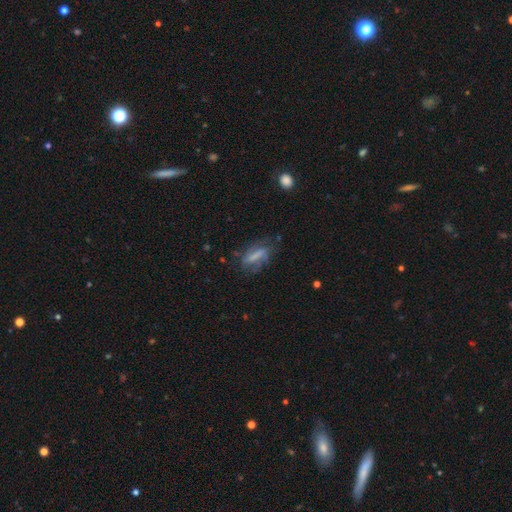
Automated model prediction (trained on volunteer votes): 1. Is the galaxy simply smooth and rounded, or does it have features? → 52% featured or disk, 38% smooth, 10% star or artifact.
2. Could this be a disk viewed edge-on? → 85% no, 15% yes.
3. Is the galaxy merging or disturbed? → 52% none, 26% minor disturbance, 18% major disturbance, 3% merger.